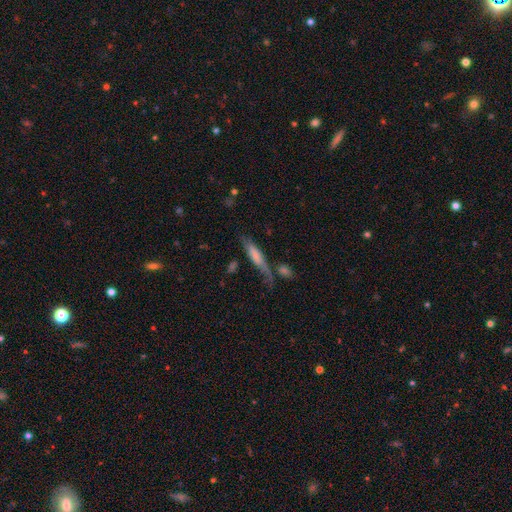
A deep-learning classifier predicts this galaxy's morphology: type=smooth (59%); roundness=cigar-shaped (75%); merging=none (43%).